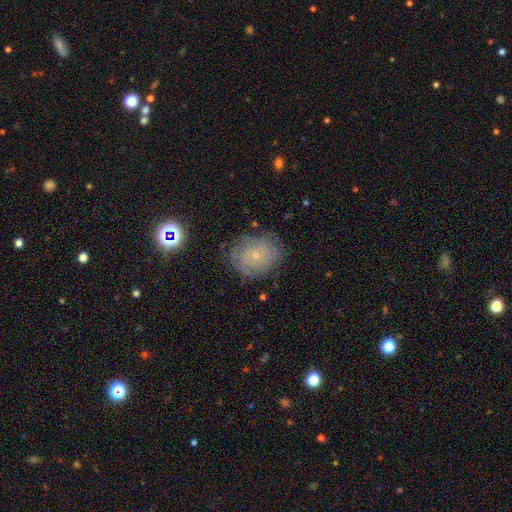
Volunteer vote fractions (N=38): smooth_or_featured: featured or disk (p=0.50) [alt: smooth p=0.45]
disk_edge_on: no (p=1.00)
bar: no (p=0.95) [alt: weak p=0.05]
has_spiral_arms: no (p=0.63) [alt: yes p=0.37]
bulge_size: small (p=0.89) [alt: dominant p=0.05]
merging: none (p=0.64) [alt: minor disturbance p=0.31]